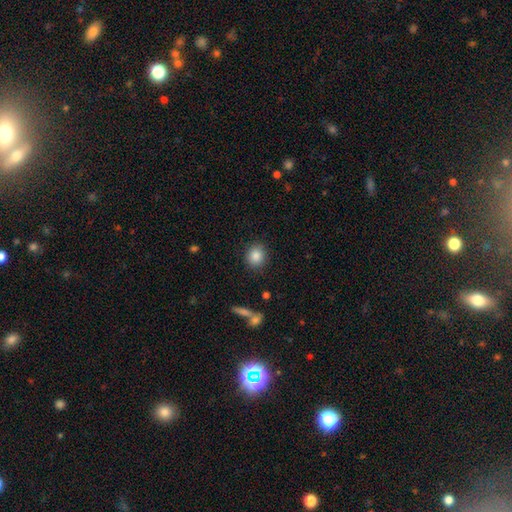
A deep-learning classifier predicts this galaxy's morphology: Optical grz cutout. It shows a smooth galaxy with no disk features (86%) that is round (81%). Merging: none (89%).